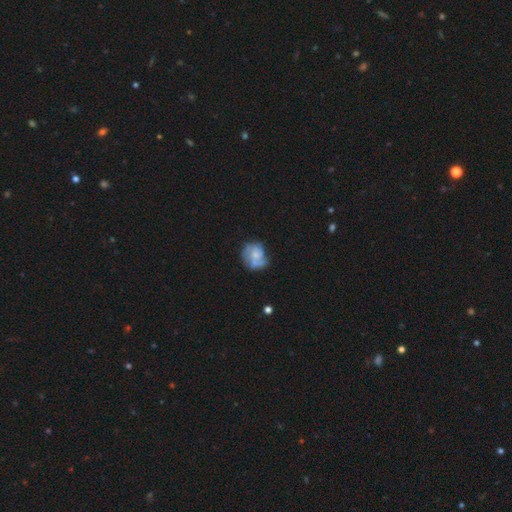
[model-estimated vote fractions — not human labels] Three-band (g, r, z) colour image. It shows a featured or disk galaxy (57%) with no bar (78%), spiral arms (64%) and a small central bulge (47%). Merging: none (49%).